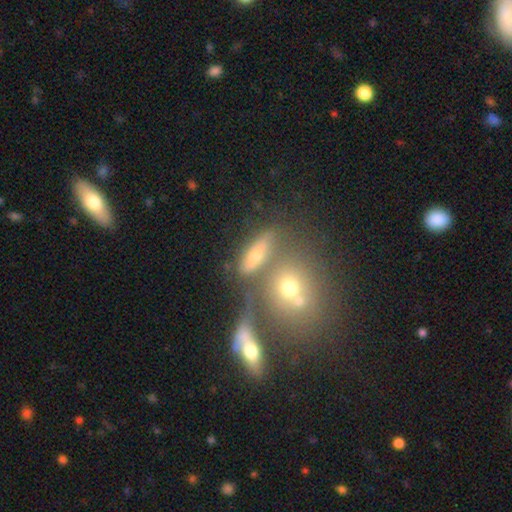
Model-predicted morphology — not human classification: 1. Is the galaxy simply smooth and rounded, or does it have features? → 59% smooth, 25% featured or disk, 16% star or artifact.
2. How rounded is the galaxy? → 54% in between, 25% round, 21% cigar-shaped.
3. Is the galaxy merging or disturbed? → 56% none, 24% merger, 13% minor disturbance, 8% major disturbance.